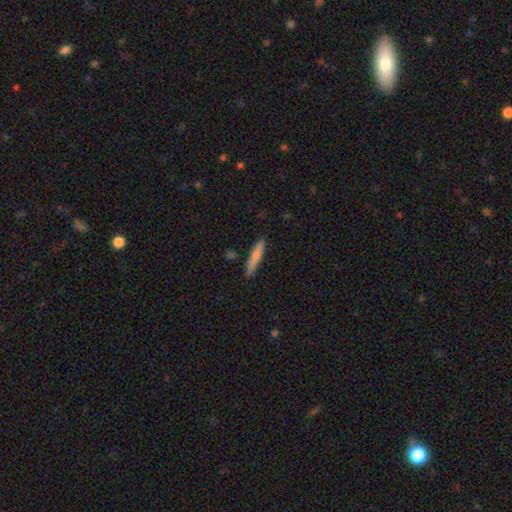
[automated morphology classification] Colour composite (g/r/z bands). It shows a smooth galaxy with no disk features (74%) that is cigar-shaped (91%). Merging: none (83%).